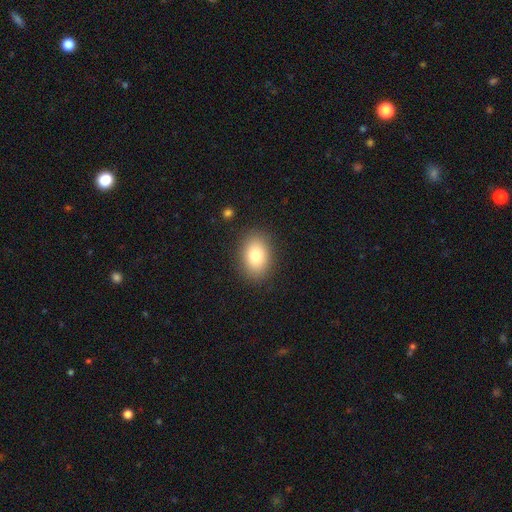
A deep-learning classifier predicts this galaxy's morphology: Q: Smooth or featured?
A: smooth (81%); runner-up: featured or disk (10%)
Q: How rounded?
A: in between (77%); runner-up: round (22%)
Q: Merging?
A: none (87%); runner-up: minor disturbance (9%)